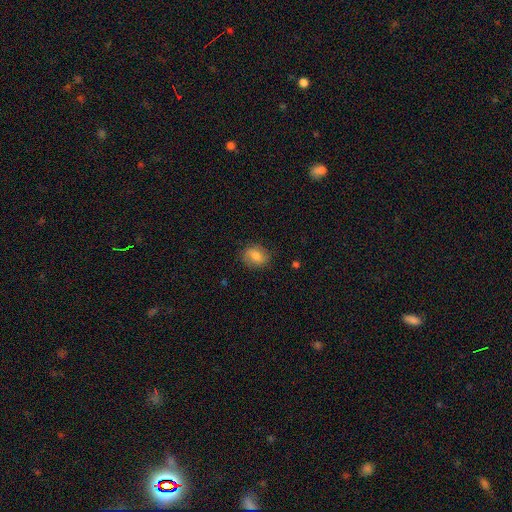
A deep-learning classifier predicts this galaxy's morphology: This appears to be a smooth galaxy with no disk features (74%) that is in between round and cigar-shaped (53%). Merging: none (78%).